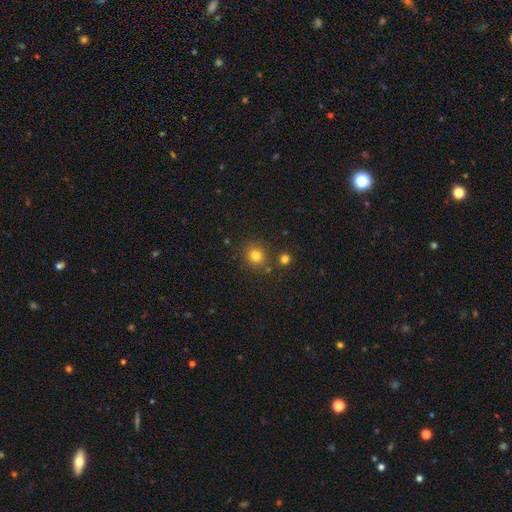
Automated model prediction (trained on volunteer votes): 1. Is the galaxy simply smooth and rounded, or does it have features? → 80% smooth, 14% star or artifact, 6% featured or disk.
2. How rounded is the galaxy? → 87% round, 12% in between, 1% cigar-shaped.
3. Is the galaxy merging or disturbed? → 82% none, 8% minor disturbance, 7% merger, 3% major disturbance.